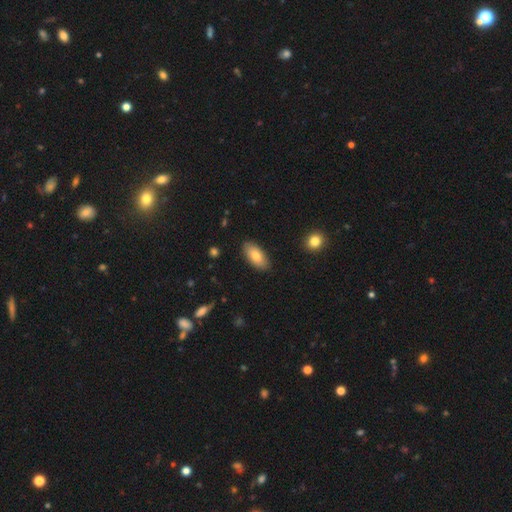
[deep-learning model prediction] This is likely a smooth galaxy (78%). How rounded: clearly in between (90%). Merging: clearly none (88%).